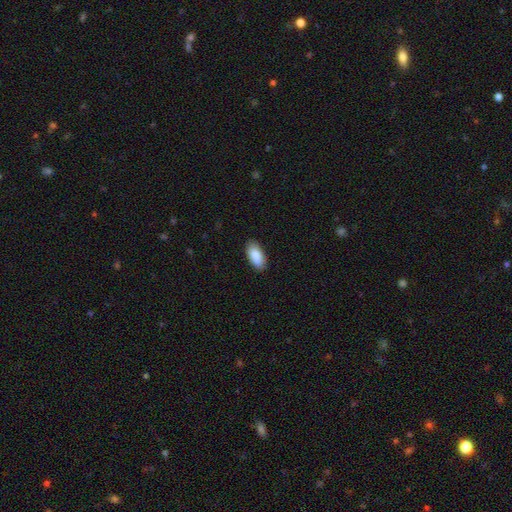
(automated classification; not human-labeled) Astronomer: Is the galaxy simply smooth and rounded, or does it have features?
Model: smooth — 89%.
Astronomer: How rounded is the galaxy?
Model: in between — 91%.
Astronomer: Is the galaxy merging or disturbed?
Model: none — 87%.